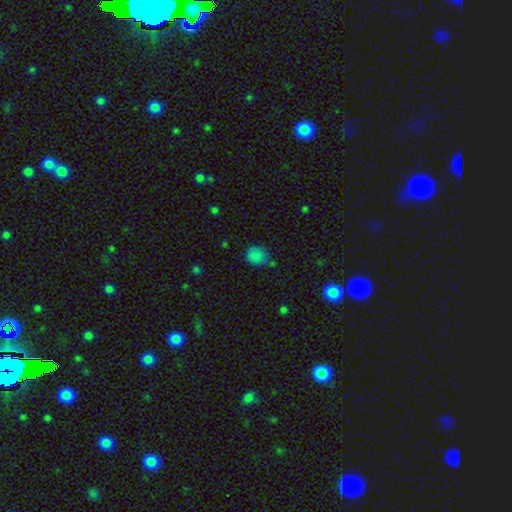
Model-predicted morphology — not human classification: smooth 83%, star or artifact 12%, featured or disk 5%. Down the decision tree: how rounded — round (73%); merging — none (65%).